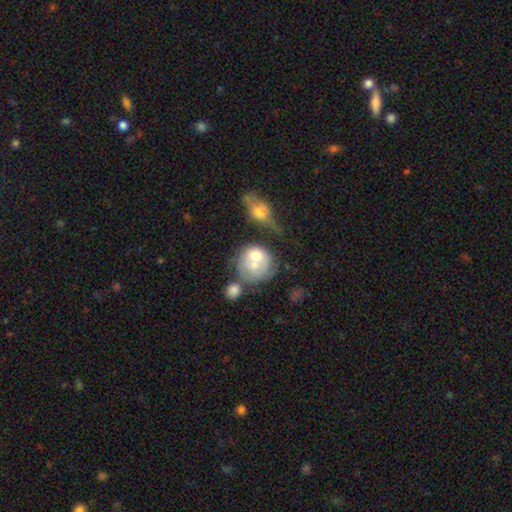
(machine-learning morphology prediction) smooth-or-featured: smooth: 58% | featured or disk: 34% | star or artifact: 8%
  how-rounded: round: 82% | in between: 17% | cigar-shaped: 1%
  merging: merger: 50% | none: 25% | minor disturbance: 13% | major disturbance: 12%